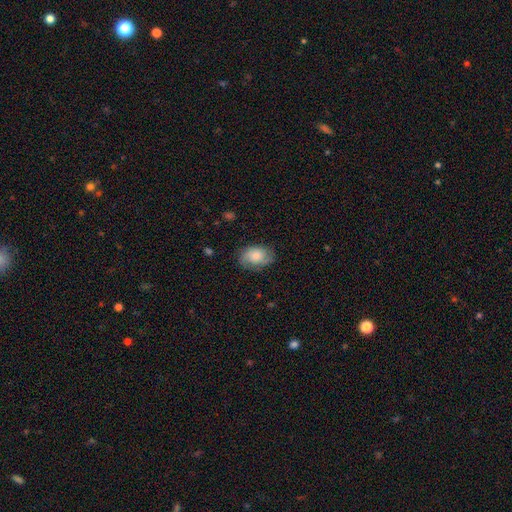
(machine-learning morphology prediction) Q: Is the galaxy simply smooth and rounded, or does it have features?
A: smooth — 64%.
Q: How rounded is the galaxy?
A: in between — 81%.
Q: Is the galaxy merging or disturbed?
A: none — 73%.